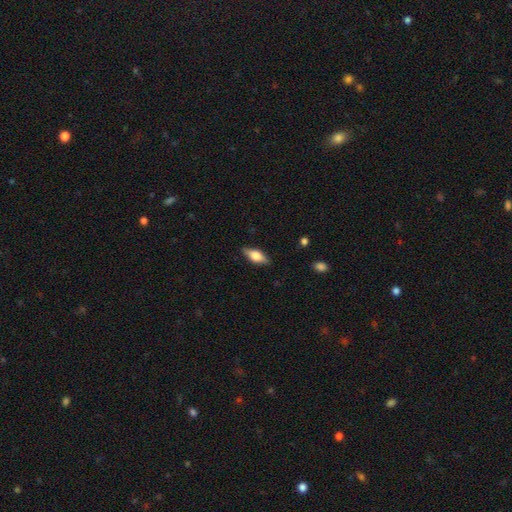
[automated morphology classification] A smooth galaxy with no disk features (55%) that is in between round and cigar-shaped (71%).

Vote fractions:
- Smooth or featured? smooth: 55% / featured or disk: 38% / star or artifact: 7%
- How rounded? in between: 71% / cigar-shaped: 26% / round: 4%
- Merging? none: 85% / minor disturbance: 11% / major disturbance: 2% / merger: 1%